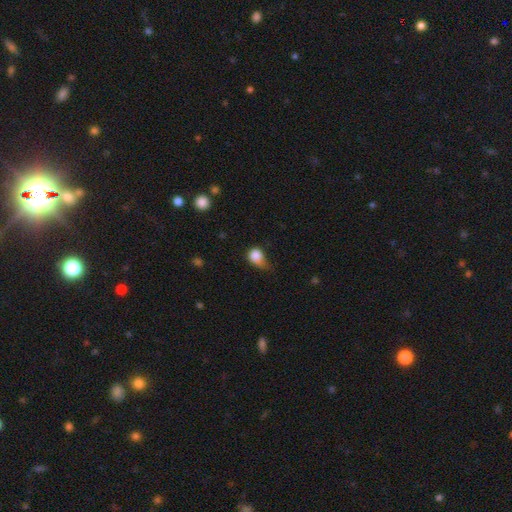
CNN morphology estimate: type=smooth (84%); roundness=round (60%); merging=minor disturbance (45%).